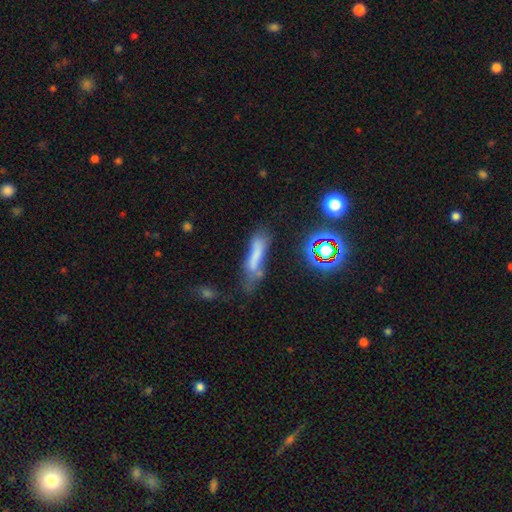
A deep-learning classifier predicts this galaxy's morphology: The model was most divided on "merging": none: 39%, minor disturbance: 28%, major disturbance: 21%, merger: 12%. More confident: how rounded — cigar-shaped (77%); smooth or featured — smooth (57%).